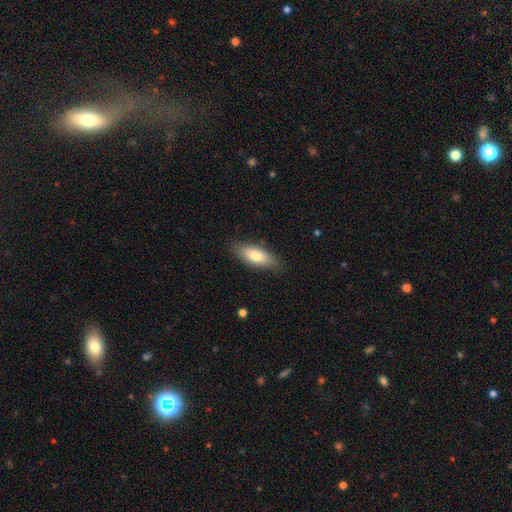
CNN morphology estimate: Overall: smooth (75%). How rounded: in between (74%). Merging: none (83%).